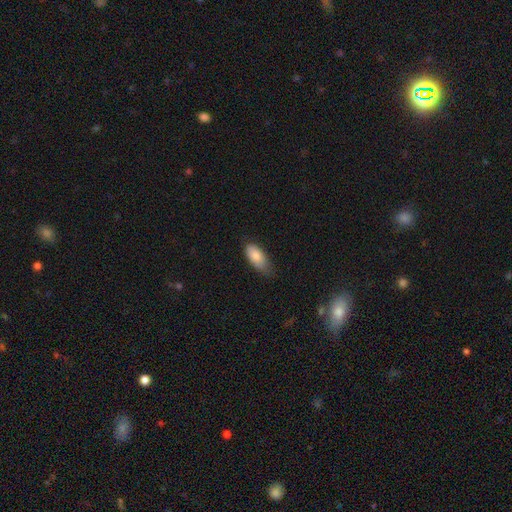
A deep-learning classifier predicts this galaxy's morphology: type=smooth (82%); roundness=in between (89%); merging=none (58%).